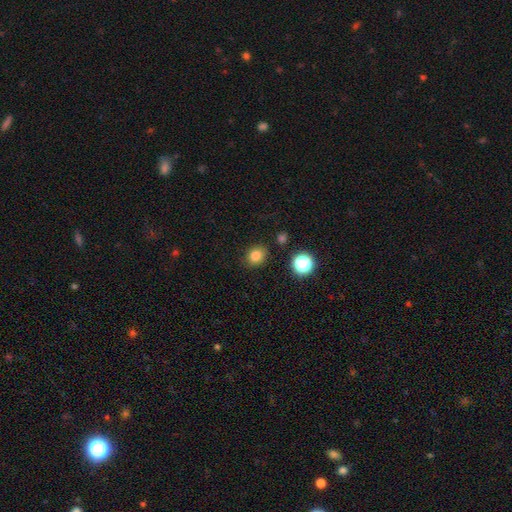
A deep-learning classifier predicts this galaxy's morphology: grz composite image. It shows a smooth galaxy with no disk features (80%) that is round (61%). Merging: none (85%).